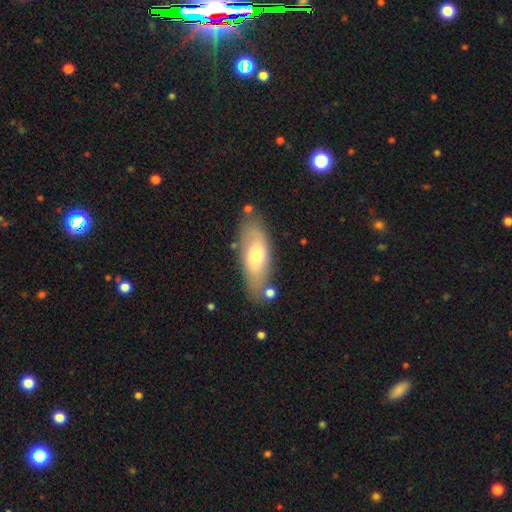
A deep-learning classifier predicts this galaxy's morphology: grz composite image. It shows a smooth galaxy with no disk features (59%) that is in between round and cigar-shaped (74%). Merging: none (75%).